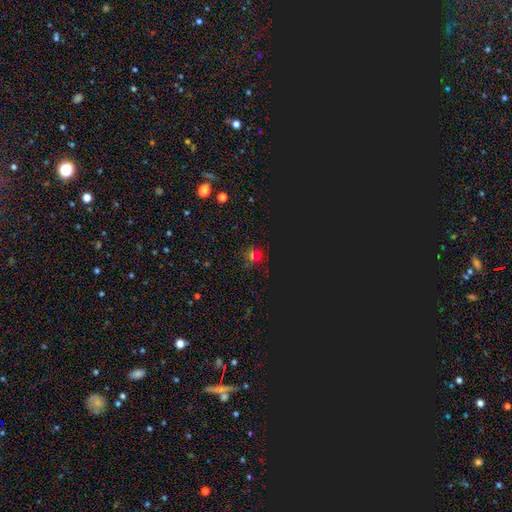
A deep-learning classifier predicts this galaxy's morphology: type=star or artifact (56%).